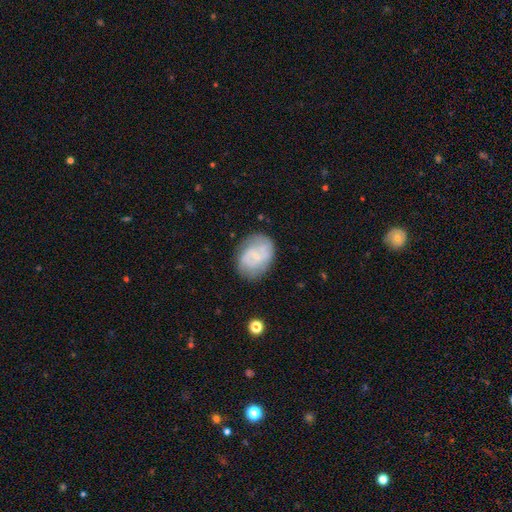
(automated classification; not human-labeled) A featured or disk galaxy (59%) with no bar (48%), spiral arms (76%) and a small central bulge (71%).

Vote fractions:
- Smooth or featured? featured or disk: 59% / smooth: 34% / star or artifact: 7%
- Edge-on disk? no: 97% / yes: 3%
- Bar? no: 48% / weak: 42% / strong: 9%
- Spiral arms? yes: 76% / no: 24%
- Bulge size? small: 71% / moderate: 17% / none: 10% / large: 1% / dominant: 1%
- Merging? none: 69% / minor disturbance: 21% / major disturbance: 8% / merger: 2%